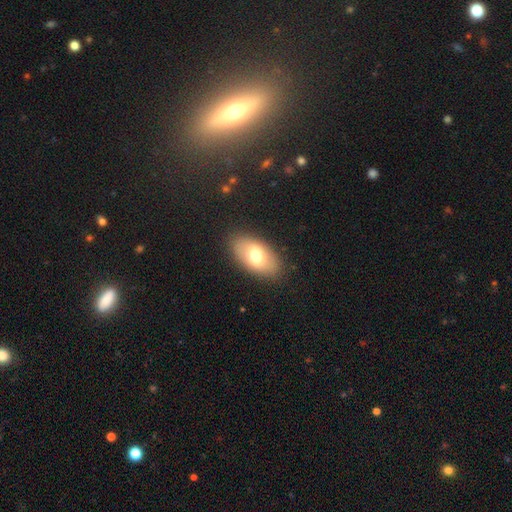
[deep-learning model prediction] A smooth galaxy with no disk features (71%) that is in between round and cigar-shaped (93%). Merging: none (86%).